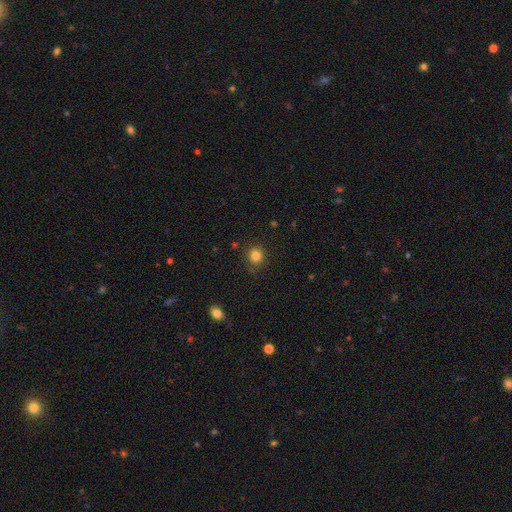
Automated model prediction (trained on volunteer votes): smooth 83%, star or artifact 12%, featured or disk 5%. Down the decision tree: how rounded — round (86%); merging — none (86%).